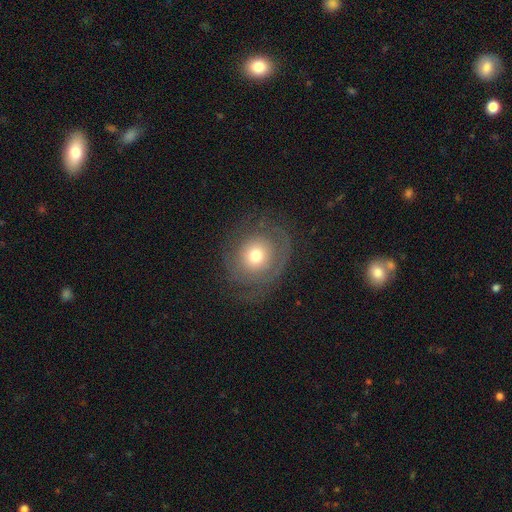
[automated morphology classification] A featured or disk galaxy (49%). Merging: none (67%).